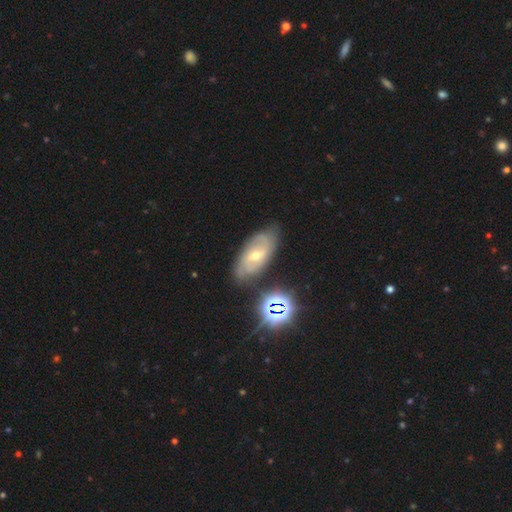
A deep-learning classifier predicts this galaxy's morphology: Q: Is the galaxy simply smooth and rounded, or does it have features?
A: featured or disk — 72%.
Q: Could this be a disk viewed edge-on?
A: no — 92%.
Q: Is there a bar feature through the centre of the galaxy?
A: weak — 49%.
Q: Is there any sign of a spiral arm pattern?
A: yes — 90%.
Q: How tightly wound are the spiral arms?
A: tight — 49%.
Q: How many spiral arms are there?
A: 2 — 51%.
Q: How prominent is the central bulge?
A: small — 52%.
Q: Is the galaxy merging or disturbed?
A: none — 78%.